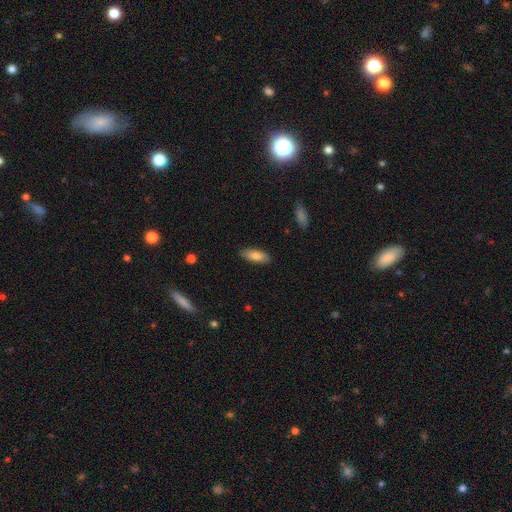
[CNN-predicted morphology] This appears to be a smooth galaxy with no disk features (81%) that is in between round and cigar-shaped (74%). Merging: none (87%).